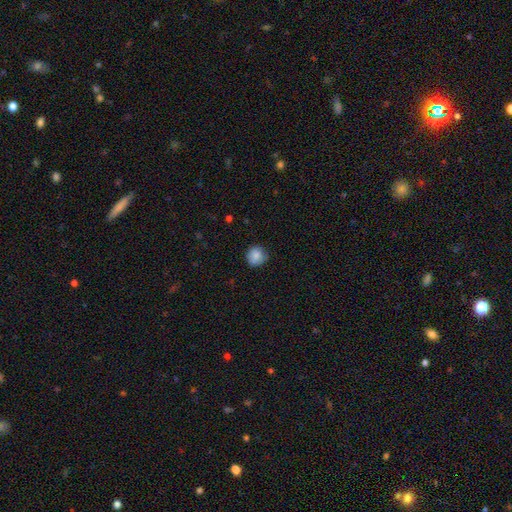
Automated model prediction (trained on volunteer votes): A smooth galaxy with no disk features (84%) that is round (88%).

Vote fractions:
- Smooth or featured? smooth: 84% / star or artifact: 9% / featured or disk: 8%
- How rounded? round: 88% / in between: 11% / cigar-shaped: 1%
- Merging? none: 72% / minor disturbance: 22% / major disturbance: 4% / merger: 1%